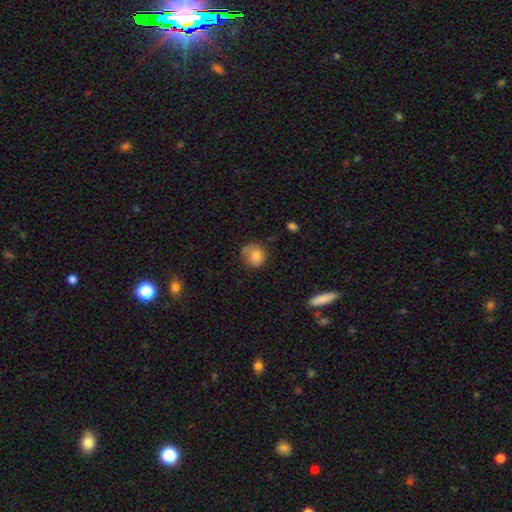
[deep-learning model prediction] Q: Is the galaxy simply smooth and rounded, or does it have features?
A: smooth — 78%.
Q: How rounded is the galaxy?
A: round — 81%.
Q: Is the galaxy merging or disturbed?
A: none — 57%.